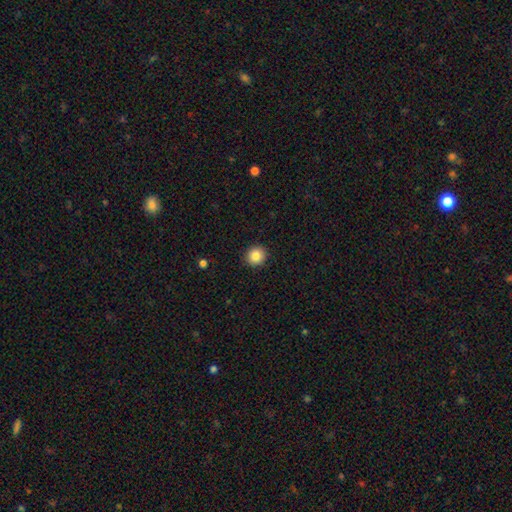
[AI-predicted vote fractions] The model was most divided on "smooth or featured": smooth: 86%, star or artifact: 10%, featured or disk: 5%. More confident: merging — none (92%); how rounded — round (91%).